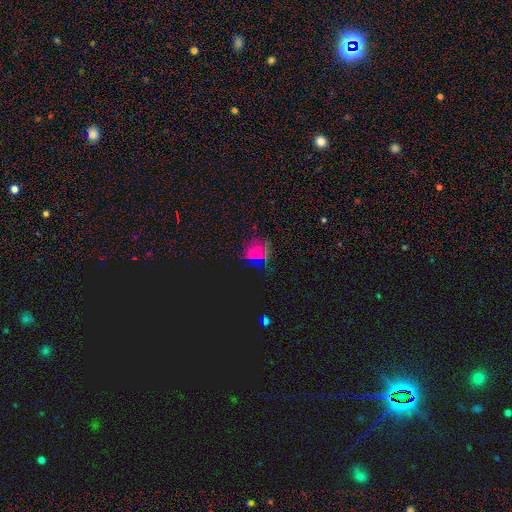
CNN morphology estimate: smooth 45%, star or artifact 41%, featured or disk 14%. Down the decision tree: merging — none (64%).